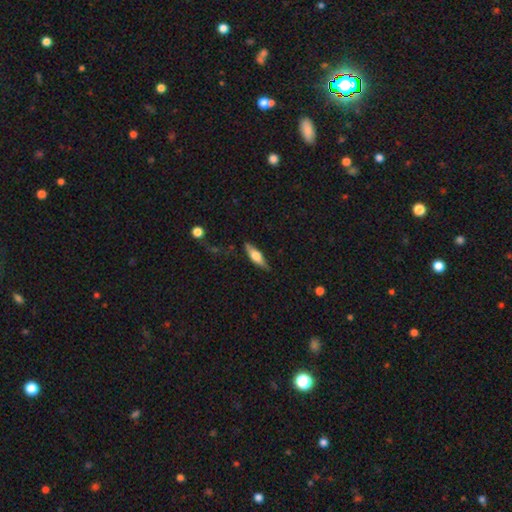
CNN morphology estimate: type=smooth (50%); merging=none (76%).